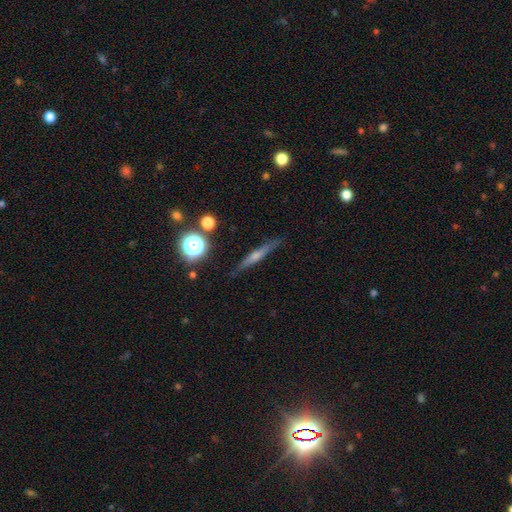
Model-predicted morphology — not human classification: The model was most divided on "smooth or featured": featured or disk: 57%, smooth: 32%, star or artifact: 11%. More confident: edge-on disk — yes (95%); merging — none (87%); edge-on bulge — rounded (60%).